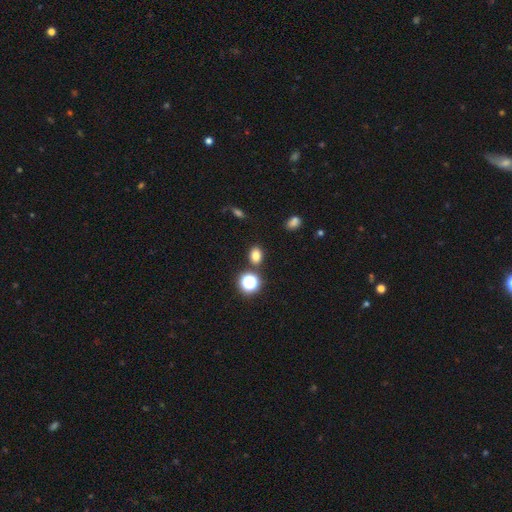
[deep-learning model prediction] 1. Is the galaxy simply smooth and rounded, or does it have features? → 77% smooth, 17% star or artifact, 6% featured or disk.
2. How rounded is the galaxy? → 60% in between, 38% round, 1% cigar-shaped.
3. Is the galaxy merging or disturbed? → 82% none, 9% minor disturbance, 7% merger, 3% major disturbance.